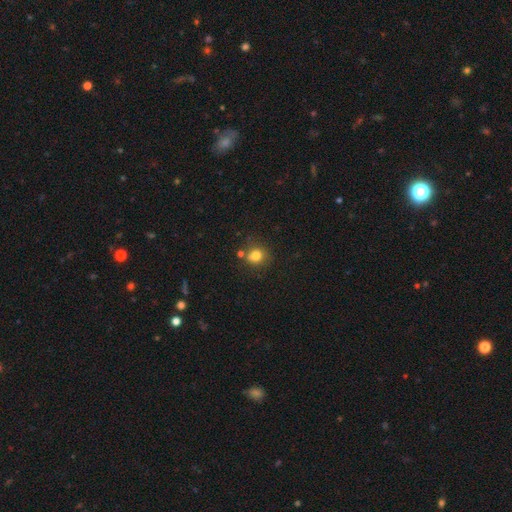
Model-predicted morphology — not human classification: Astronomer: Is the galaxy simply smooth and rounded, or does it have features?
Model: smooth — 79%.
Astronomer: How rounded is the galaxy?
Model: round — 79%.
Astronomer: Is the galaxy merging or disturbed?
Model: none — 70%.